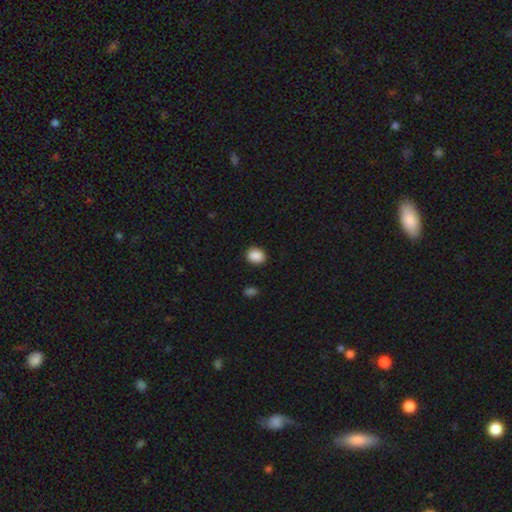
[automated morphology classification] Smooth or featured?
  - smooth: 89% *
  - star or artifact: 8%
  - featured or disk: 3%
How rounded?
  - round: 54% *
  - in between: 45%
  - cigar-shaped: 1%
Merging?
  - none: 88% *
  - minor disturbance: 8%
  - major disturbance: 2%
  - merger: 1%